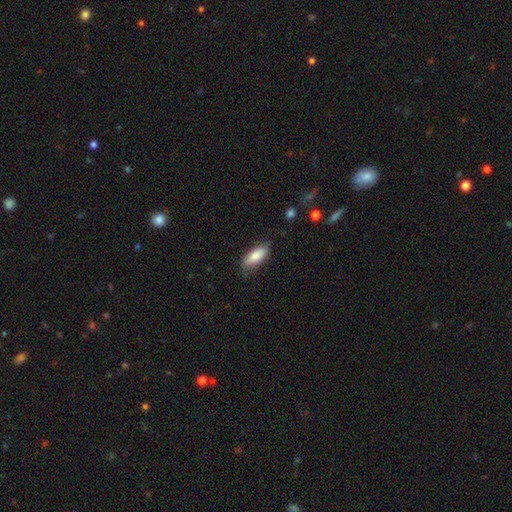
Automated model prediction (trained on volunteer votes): smooth 83%, featured or disk 11%, star or artifact 6%. Down the decision tree: how rounded — in between (76%); merging — none (75%).